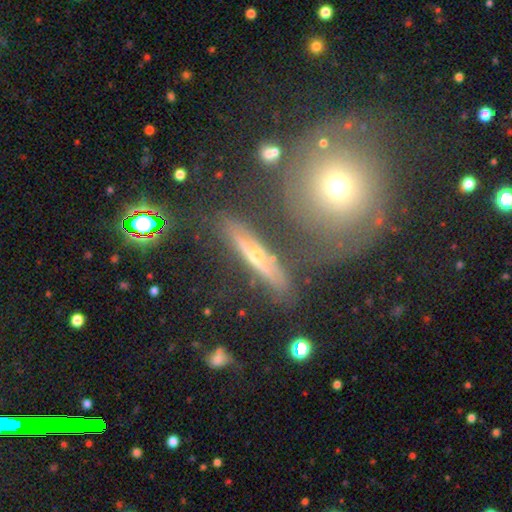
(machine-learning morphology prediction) Smooth or featured? featured or disk (59%)
Edge-on disk? yes (79%)
Merging? none (77%)